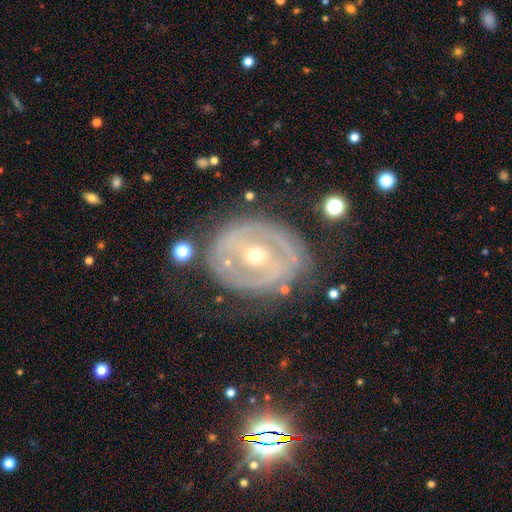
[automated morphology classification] type=featured or disk (81%); edge-on=no (96%); bar=no (42%); spiral arms=yes (63%); bulge=small (57%); merging=none (75%).